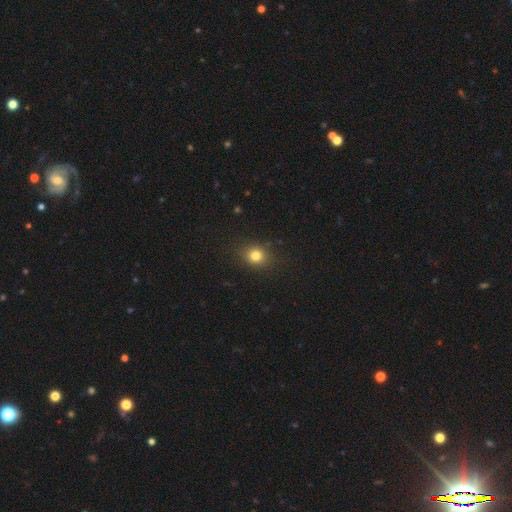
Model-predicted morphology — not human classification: This is clearly a smooth galaxy (80%). How rounded: likely round (70%). Merging: clearly none (87%).